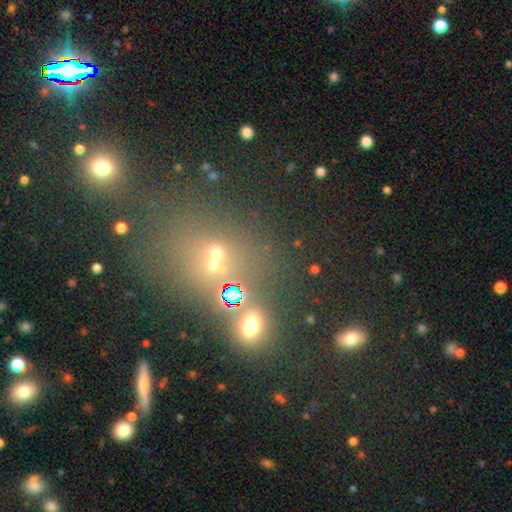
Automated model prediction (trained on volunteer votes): Smooth or featured: star or artifact — 49% (smooth — 37%)